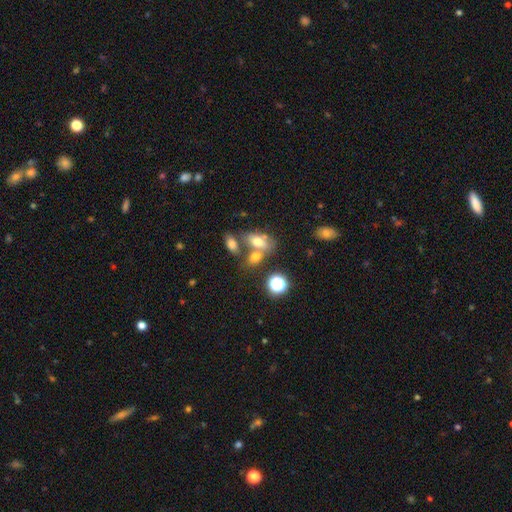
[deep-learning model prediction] Smooth or featured? smooth (49%)
Merging? none (46%)